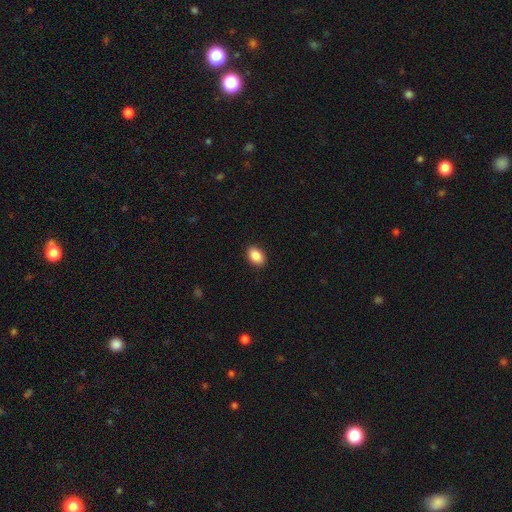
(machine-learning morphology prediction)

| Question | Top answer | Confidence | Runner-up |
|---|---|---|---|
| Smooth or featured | smooth | 88% | star or artifact (8%) |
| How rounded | in between | 82% | round (17%) |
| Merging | none | 90% | minor disturbance (7%) |